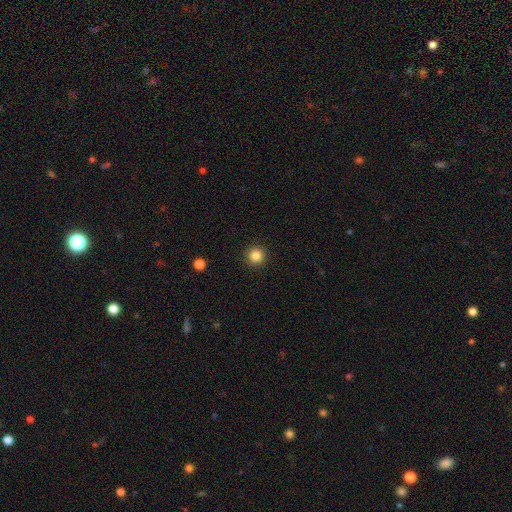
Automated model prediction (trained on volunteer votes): smooth-or-featured: smooth: 84% | star or artifact: 11% | featured or disk: 5%
  how-rounded: round: 95% | in between: 4% | cigar-shaped: 1%
  merging: none: 93% | minor disturbance: 5% | major disturbance: 2% | merger: 1%